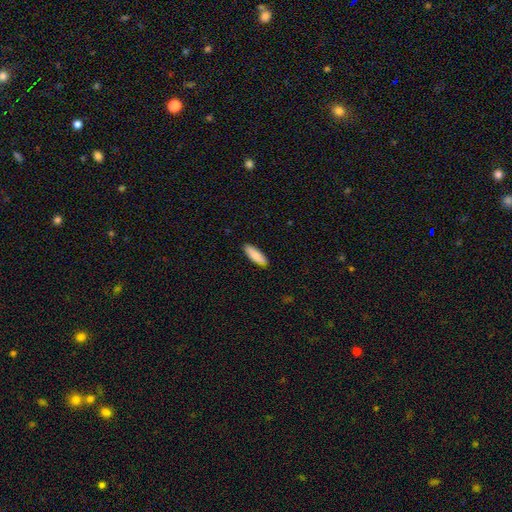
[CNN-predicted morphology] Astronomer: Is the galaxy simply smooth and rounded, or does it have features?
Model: smooth — 87%.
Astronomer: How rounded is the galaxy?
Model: in between — 60% (runner-up: cigar-shaped, 39%).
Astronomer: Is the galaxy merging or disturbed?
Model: none — 87%.